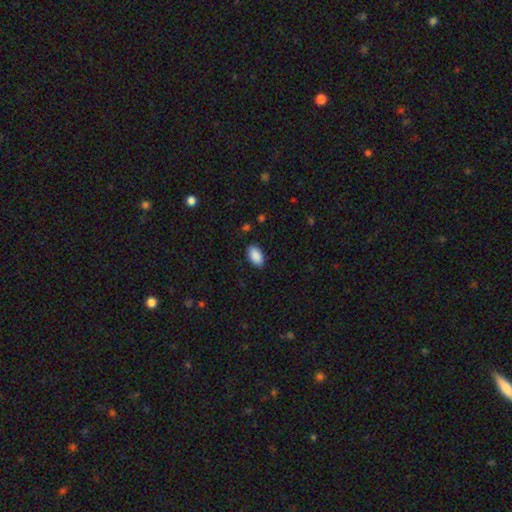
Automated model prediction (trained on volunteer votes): A smooth galaxy with no disk features (90%) that is in between round and cigar-shaped (95%). Merging: none (87%).